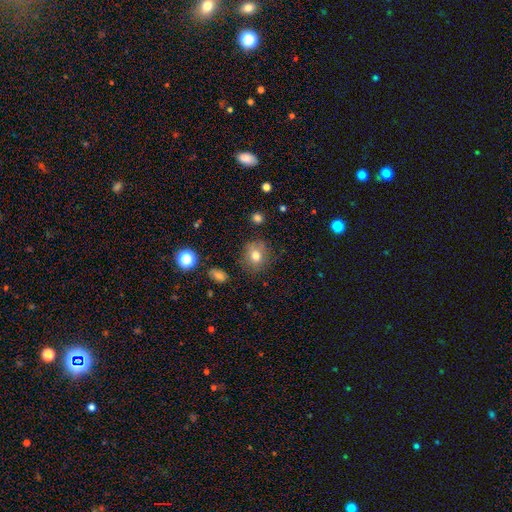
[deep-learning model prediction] A smooth galaxy with no disk features (76%) that is round (75%). Merging: none (79%).